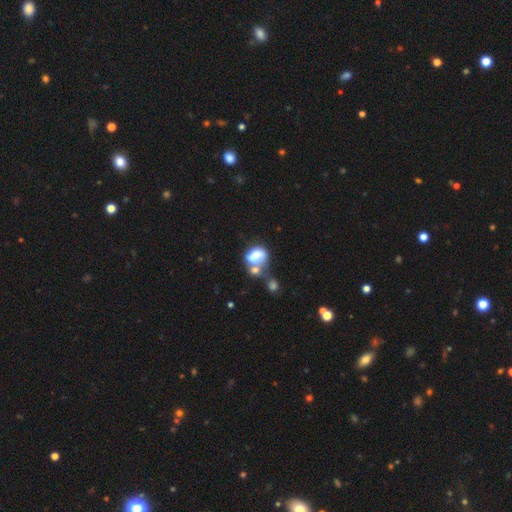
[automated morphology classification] Smooth or featured? smooth (68%)
How rounded? in between (69%)
Merging? merger (53%)